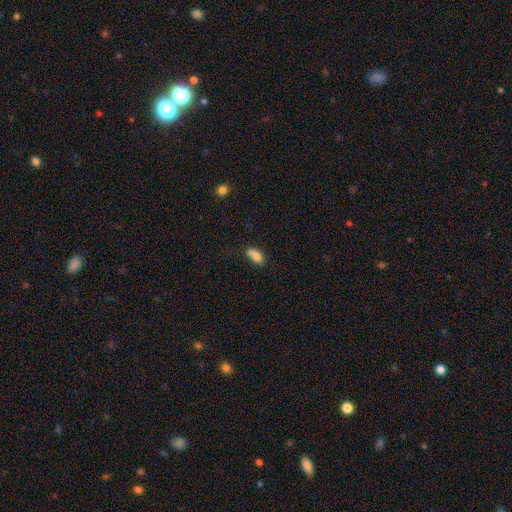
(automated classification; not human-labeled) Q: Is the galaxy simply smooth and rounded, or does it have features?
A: smooth — 79%.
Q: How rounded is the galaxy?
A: in between — 85%.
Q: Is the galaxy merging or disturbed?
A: none — 41%.